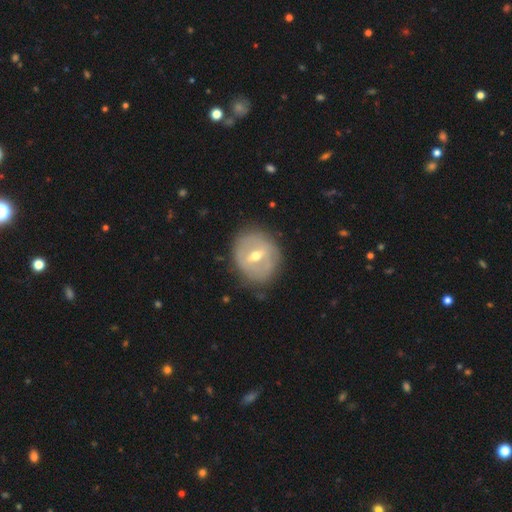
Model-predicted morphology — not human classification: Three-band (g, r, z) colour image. It shows a featured or disk galaxy (66%) with a weak bar (46%), no spiral arms (61%) and a moderate central bulge (66%). Merging: none (78%).